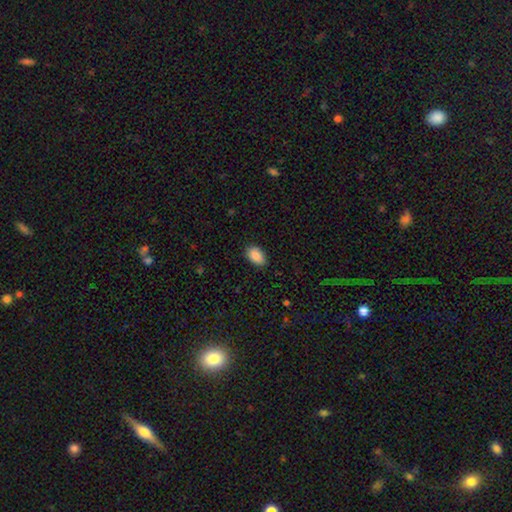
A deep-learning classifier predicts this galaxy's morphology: A smooth galaxy with no disk features (89%) that is in between round and cigar-shaped (92%).

Vote fractions:
- Smooth or featured? smooth: 89% / star or artifact: 7% / featured or disk: 4%
- How rounded? in between: 92% / round: 7% / cigar-shaped: 1%
- Merging? none: 86% / minor disturbance: 11% / major disturbance: 2% / merger: 1%